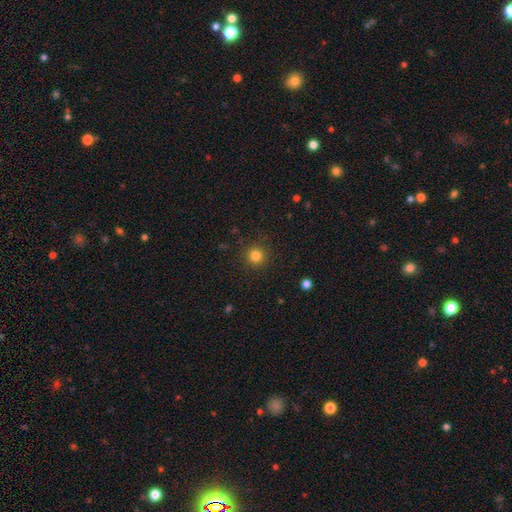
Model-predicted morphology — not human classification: Smooth or featured? smooth (82%)
How rounded? round (95%)
Merging? none (90%)